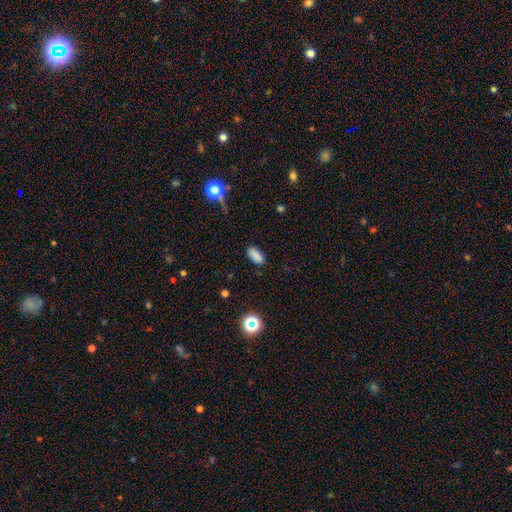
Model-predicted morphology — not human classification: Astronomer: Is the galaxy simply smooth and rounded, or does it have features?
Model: smooth — 83%.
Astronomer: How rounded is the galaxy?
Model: in between — 90%.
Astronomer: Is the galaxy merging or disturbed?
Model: none — 83%.